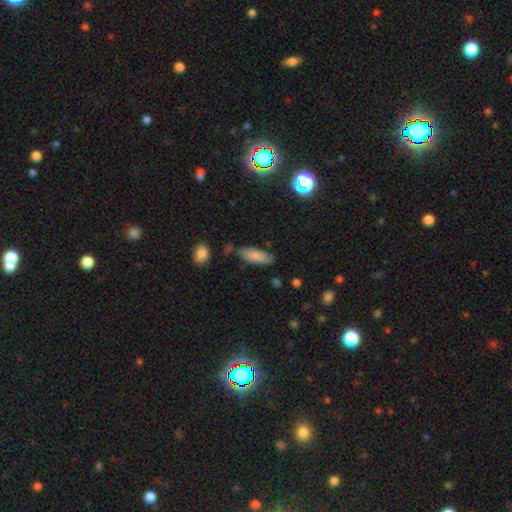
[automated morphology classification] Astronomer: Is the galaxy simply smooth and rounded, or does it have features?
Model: smooth — 82%.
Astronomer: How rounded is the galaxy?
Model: in between — 70%.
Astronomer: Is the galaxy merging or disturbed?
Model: none — 74%.